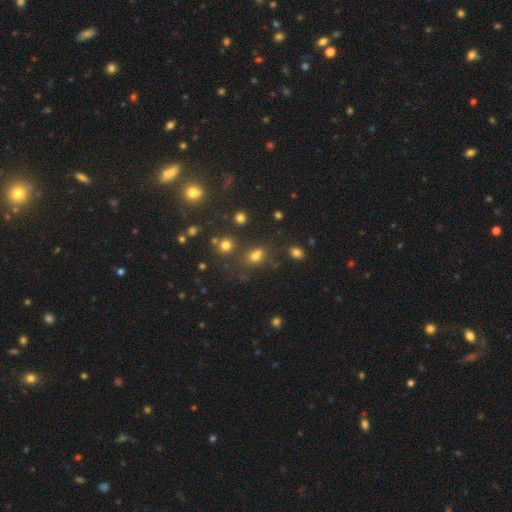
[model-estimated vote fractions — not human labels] This is likely a smooth galaxy (69%). How rounded: likely in between (63%). Merging: possibly none (58%).